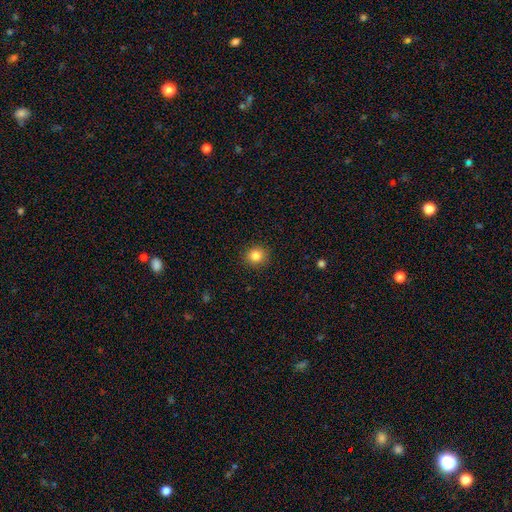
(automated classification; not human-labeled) The model was most divided on "smooth or featured": smooth: 83%, star or artifact: 11%, featured or disk: 5%. More confident: merging — none (91%); how rounded — round (90%).